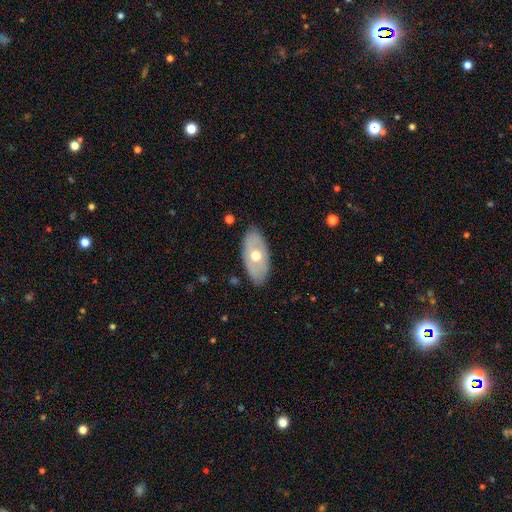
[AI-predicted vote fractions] Smooth or featured? smooth (49%)
Merging? none (82%)